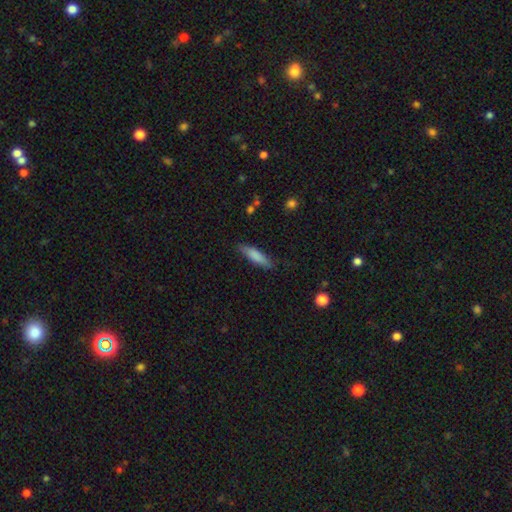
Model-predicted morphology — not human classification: A smooth galaxy with no disk features (80%) that is cigar-shaped (72%).

Vote fractions:
- Smooth or featured? smooth: 80% / featured or disk: 14% / star or artifact: 6%
- How rounded? cigar-shaped: 72% / in between: 27% / round: 2%
- Merging? none: 81% / minor disturbance: 15% / major disturbance: 3% / merger: 1%